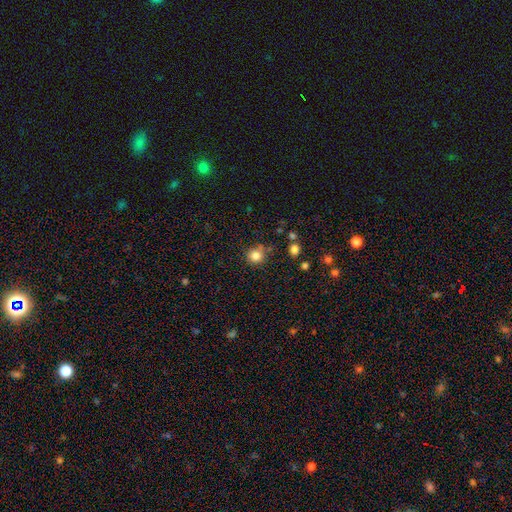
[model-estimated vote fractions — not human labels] Smooth or featured? smooth (82%)
How rounded? round (90%)
Merging? none (75%)